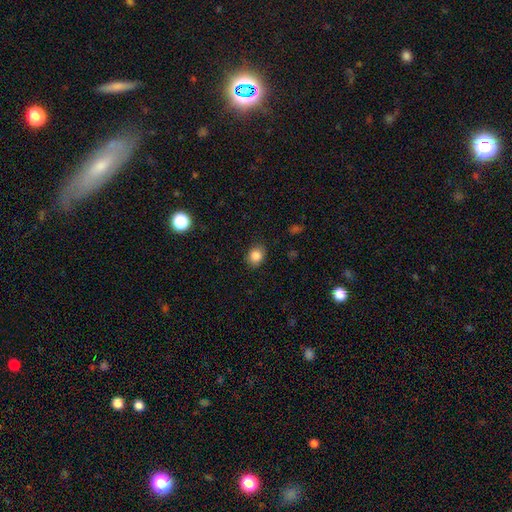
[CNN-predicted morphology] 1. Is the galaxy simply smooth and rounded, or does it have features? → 85% smooth, 10% star or artifact, 5% featured or disk.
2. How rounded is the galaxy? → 64% round, 35% in between, 1% cigar-shaped.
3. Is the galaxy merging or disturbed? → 87% none, 9% minor disturbance, 3% major disturbance, 1% merger.